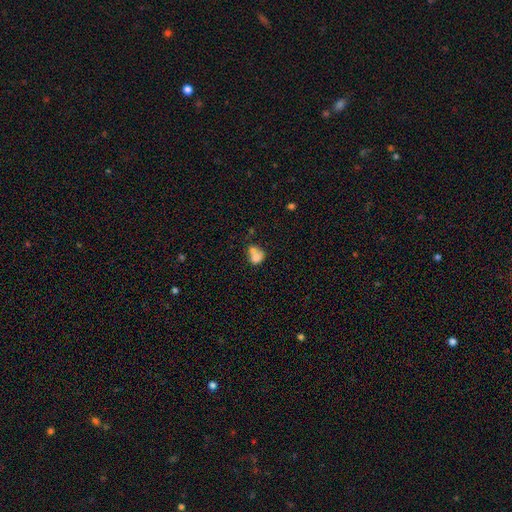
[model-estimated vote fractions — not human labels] Q: Smooth or featured?
A: smooth (73%); runner-up: featured or disk (17%)
Q: How rounded?
A: in between (51%); runner-up: round (48%)
Q: Merging?
A: merger (59%); runner-up: none (24%)